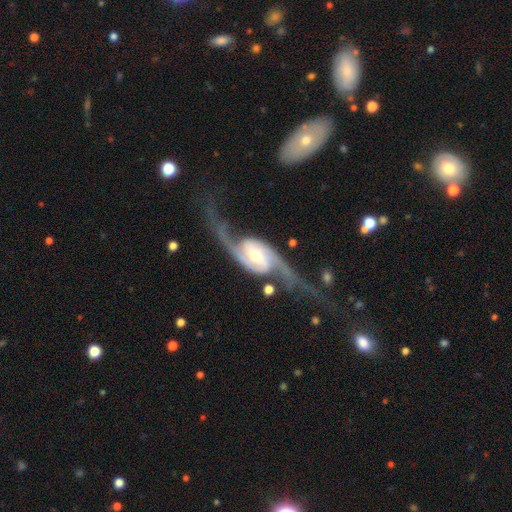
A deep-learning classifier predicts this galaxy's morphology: A featured or disk galaxy (92%) with a strong bar (45%), 2 (94%) loose (70%) spiral arms (98%) and a moderate central bulge (60%). Merging: none (59%).